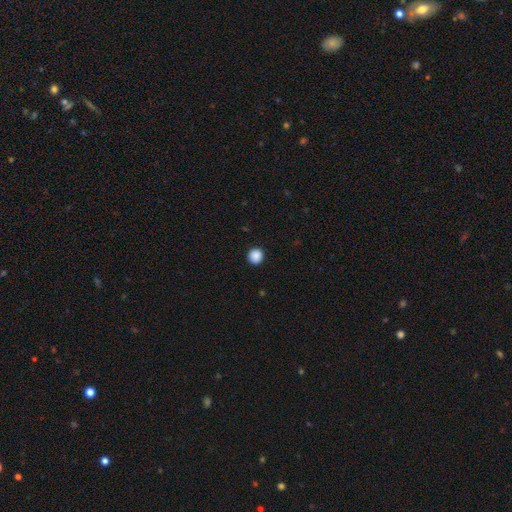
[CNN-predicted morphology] type=smooth (89%); roundness=round (92%); merging=none (92%).